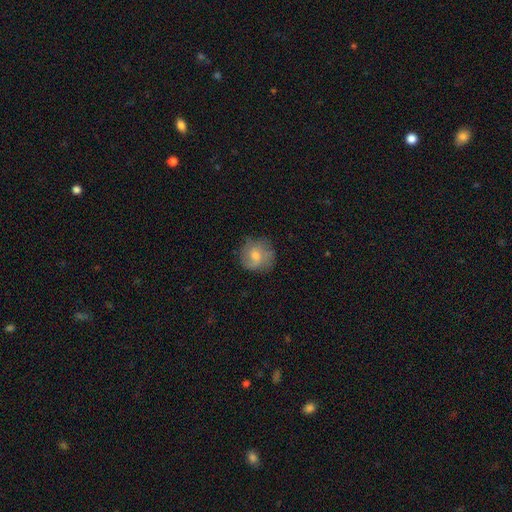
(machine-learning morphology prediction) This appears to be a smooth galaxy with no disk features (53%) that is round (86%). Merging: none (75%).